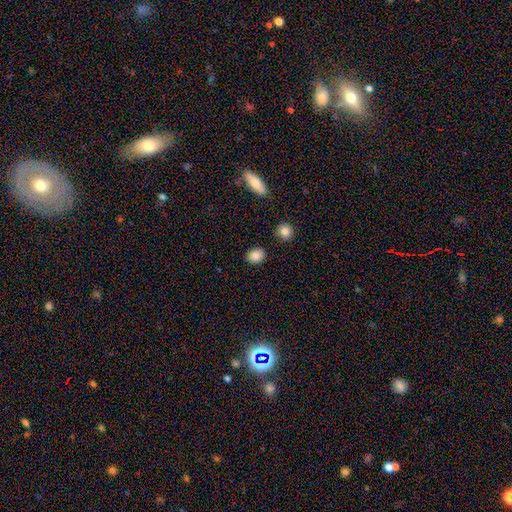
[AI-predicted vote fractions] The model was most divided on "how rounded": in between: 55%, round: 44%, cigar-shaped: 1%. More confident: merging — none (86%); smooth or featured — smooth (86%).